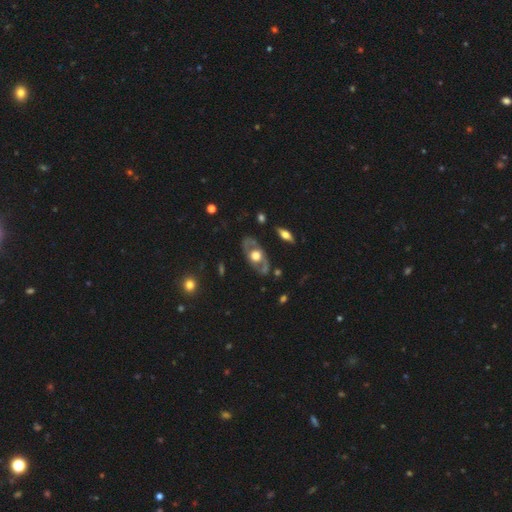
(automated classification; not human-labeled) Morphology: type=featured or disk (68%); edge-on=no (78%); bar=no (84%); spiral arms=no (60%); bulge=large (56%); merging=none (76%).